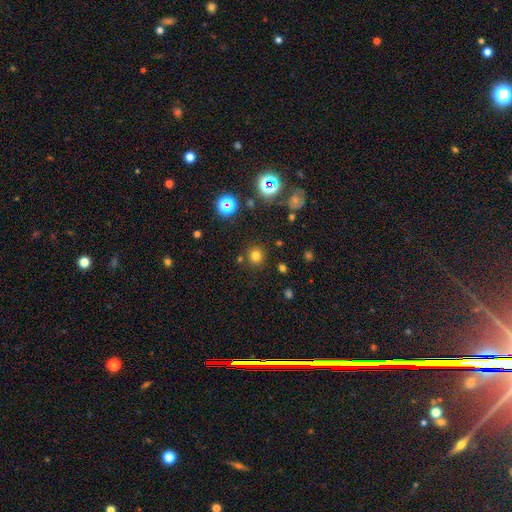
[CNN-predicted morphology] Smooth or featured: smooth — 74% (star or artifact — 20%)
How rounded: round — 92% (in between — 7%)
Merging: none — 86% (minor disturbance — 7%)